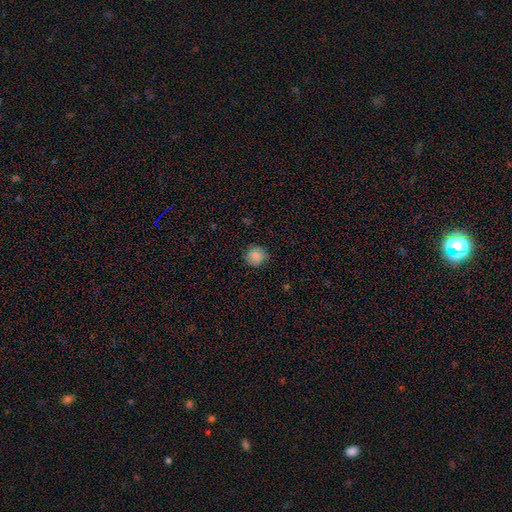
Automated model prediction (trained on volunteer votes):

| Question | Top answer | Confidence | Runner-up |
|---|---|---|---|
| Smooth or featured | smooth | 82% | star or artifact (11%) |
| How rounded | round | 87% | in between (12%) |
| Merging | none | 84% | minor disturbance (12%) |